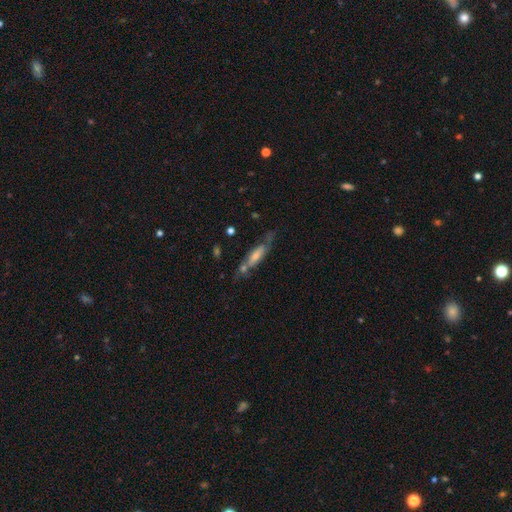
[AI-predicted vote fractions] This is possibly a featured or disk galaxy (48%). Merging: possibly none (49%).